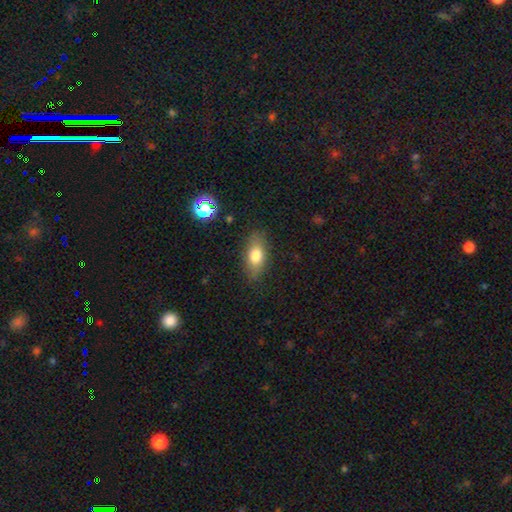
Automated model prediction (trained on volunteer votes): Smooth or featured? Predicted: smooth (p=0.74). How rounded? Predicted: in between (p=0.81). Merging? Predicted: none (p=0.83).